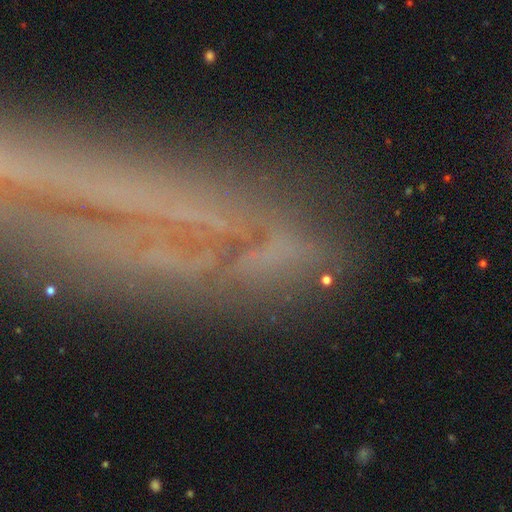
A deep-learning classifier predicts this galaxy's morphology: The model was most divided on "edge-on disk": no: 55%, yes: 45%. More confident: merging — none (76%); smooth or featured — featured or disk (54%).